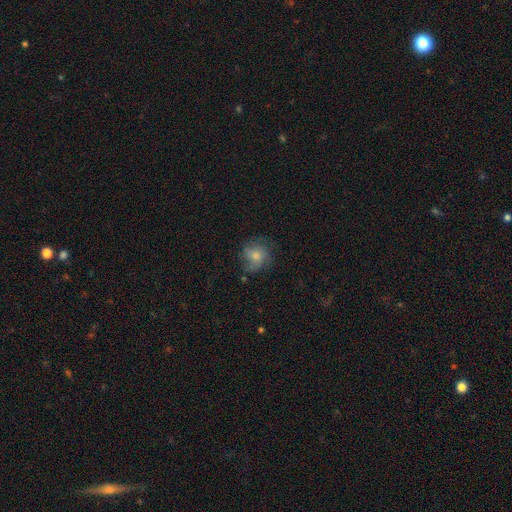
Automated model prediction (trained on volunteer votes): This appears to be a smooth galaxy with no disk features (53%) that is round (76%). Merging: none (61%).